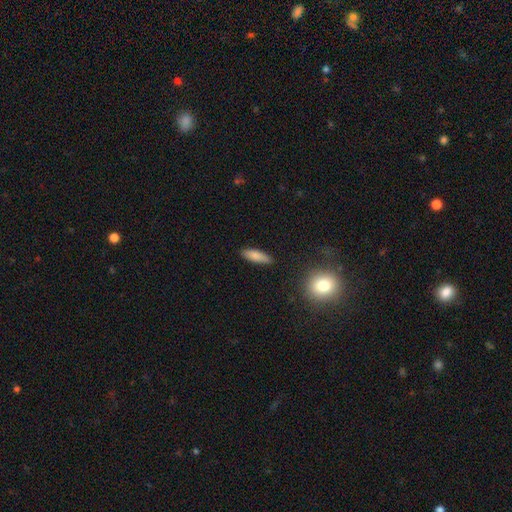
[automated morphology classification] This is clearly a smooth galaxy (81%). How rounded: possibly cigar-shaped (53%). Merging: clearly none (87%).